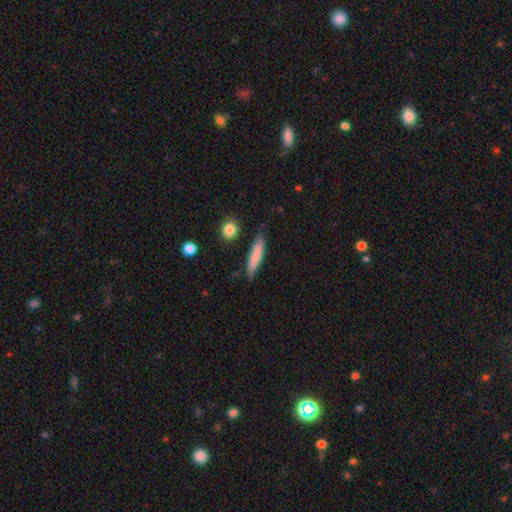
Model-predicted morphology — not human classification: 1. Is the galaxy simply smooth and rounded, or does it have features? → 78% smooth, 16% featured or disk, 6% star or artifact.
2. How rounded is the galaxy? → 84% cigar-shaped, 14% in between, 2% round.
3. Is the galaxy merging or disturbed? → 80% none, 15% minor disturbance, 3% major disturbance, 2% merger.